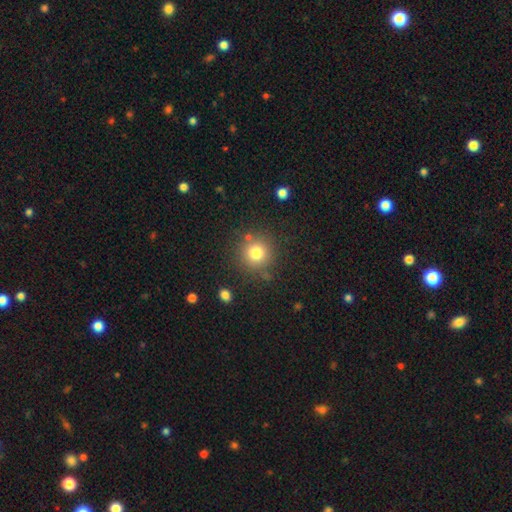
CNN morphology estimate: The model was most divided on "smooth or featured": smooth: 78%, star or artifact: 13%, featured or disk: 9%. More confident: how rounded — round (93%); merging — none (82%).